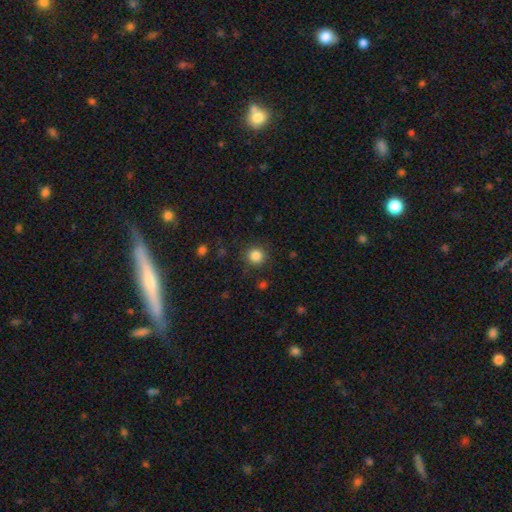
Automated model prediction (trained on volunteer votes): A smooth galaxy with no disk features (84%) that is round (93%).

Vote fractions:
- Smooth or featured? smooth: 84% / star or artifact: 12% / featured or disk: 4%
- How rounded? round: 93% / in between: 6% / cigar-shaped: 1%
- Merging? none: 88% / minor disturbance: 7% / major disturbance: 3% / merger: 1%